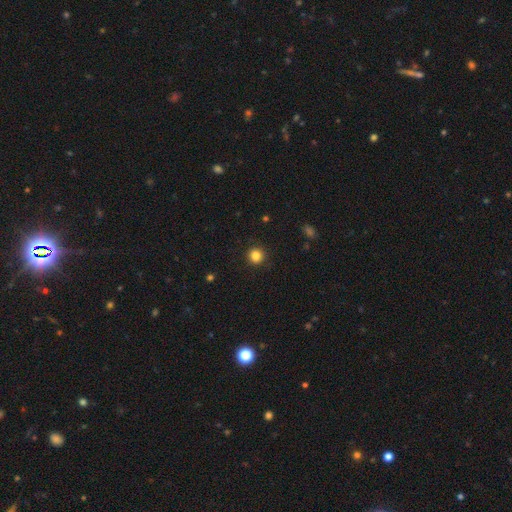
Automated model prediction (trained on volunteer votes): smooth_or_featured: smooth (p=0.85) [alt: star or artifact p=0.11]
how_rounded: round (p=0.93) [alt: in between p=0.06]
merging: none (p=0.92) [alt: minor disturbance p=0.06]